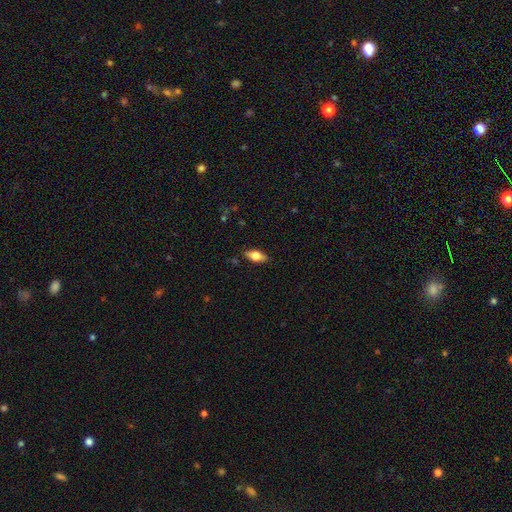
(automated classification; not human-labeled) This appears to be a smooth galaxy with no disk features (56%) that is in between round and cigar-shaped (78%). Merging: none (86%).